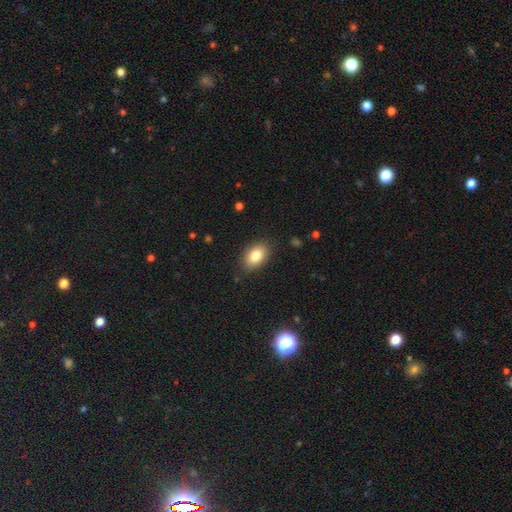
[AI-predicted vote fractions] Smooth or featured? smooth (83%)
How rounded? in between (86%)
Merging? none (86%)